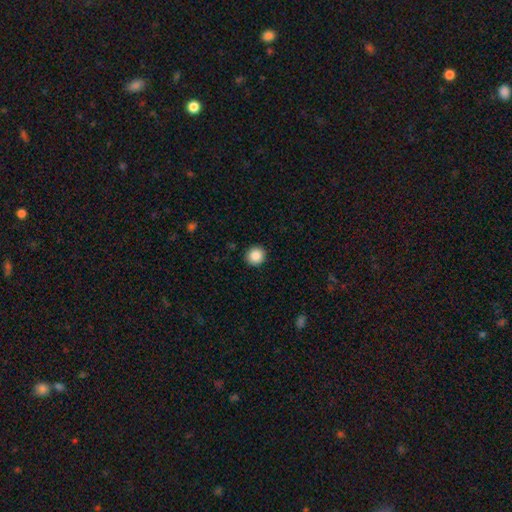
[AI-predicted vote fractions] This is clearly a smooth galaxy (87%). How rounded: clearly round (92%). Merging: clearly none (92%).